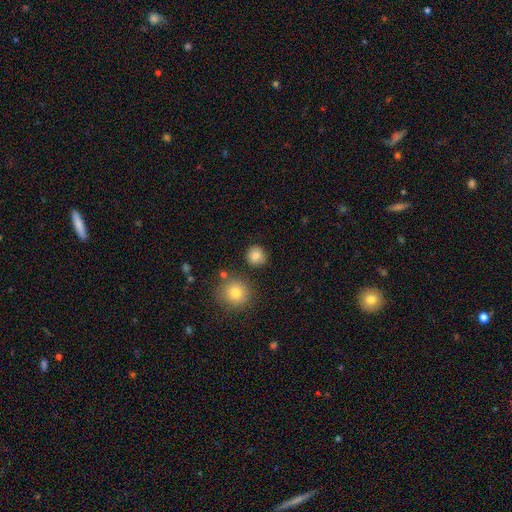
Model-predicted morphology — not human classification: The model was most divided on "smooth or featured": smooth: 83%, star or artifact: 11%, featured or disk: 6%. More confident: how rounded — round (92%); merging — none (87%).